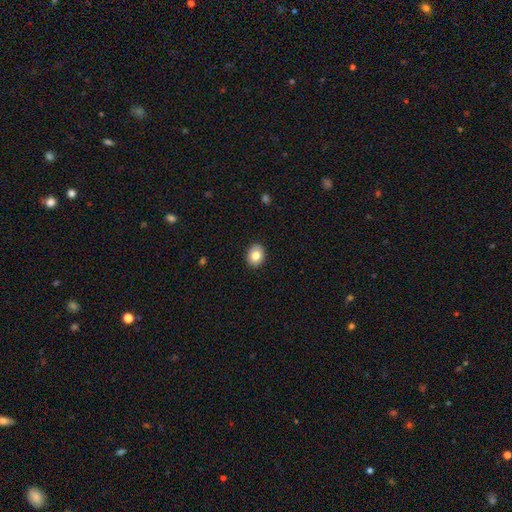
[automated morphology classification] Smooth or featured: smooth — 81% (featured or disk — 10%)
How rounded: round — 52% (in between — 47%)
Merging: none — 90% (minor disturbance — 7%)